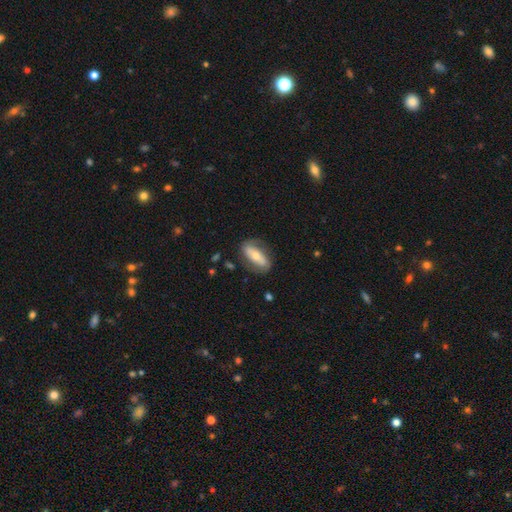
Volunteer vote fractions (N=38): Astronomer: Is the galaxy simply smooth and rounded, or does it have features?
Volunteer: featured or disk — 68%.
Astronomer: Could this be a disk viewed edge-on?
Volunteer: no — 85%.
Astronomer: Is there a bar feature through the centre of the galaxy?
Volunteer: strong — 50% (runner-up: weak, 32%).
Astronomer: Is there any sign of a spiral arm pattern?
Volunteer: yes — 82%.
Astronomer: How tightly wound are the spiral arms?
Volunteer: medium — 50% (runner-up: tight, 33%).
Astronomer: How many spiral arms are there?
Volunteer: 2 — 56% (runner-up: can't tell, 39%).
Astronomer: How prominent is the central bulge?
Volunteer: moderate — 45%, tied with small at 45%.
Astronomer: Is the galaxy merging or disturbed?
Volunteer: none — 80%.